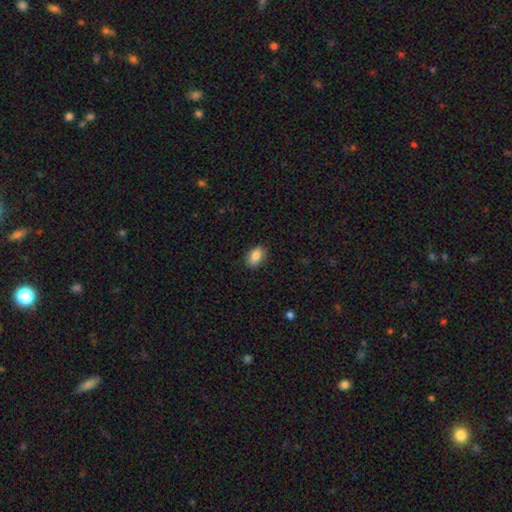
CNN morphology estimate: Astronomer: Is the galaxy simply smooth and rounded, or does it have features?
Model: smooth — 85%.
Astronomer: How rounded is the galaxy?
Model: in between — 88%.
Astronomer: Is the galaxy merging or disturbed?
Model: none — 87%.